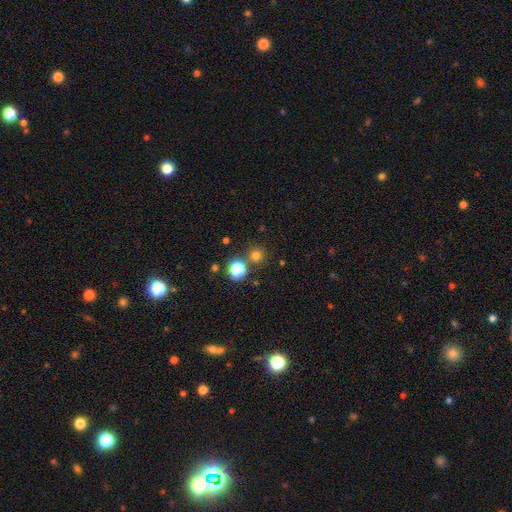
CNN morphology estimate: smooth-or-featured: smooth: 72% | star or artifact: 22% | featured or disk: 6%
  how-rounded: round: 93% | in between: 6% | cigar-shaped: 1%
  merging: none: 78% | merger: 12% | minor disturbance: 7% | major disturbance: 3%